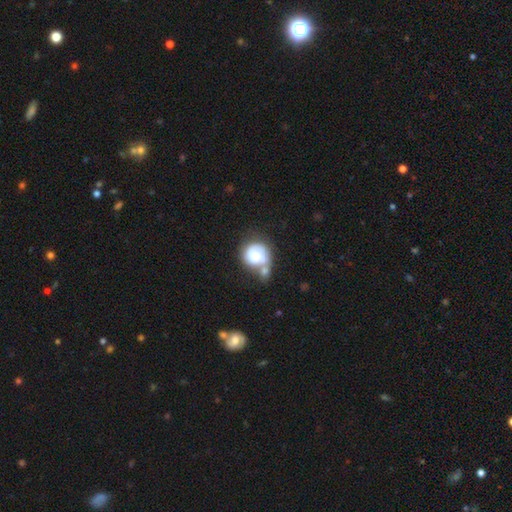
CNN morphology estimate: This is likely a smooth galaxy (63%). How rounded: likely round (77%). Merging: possibly merger (48%).